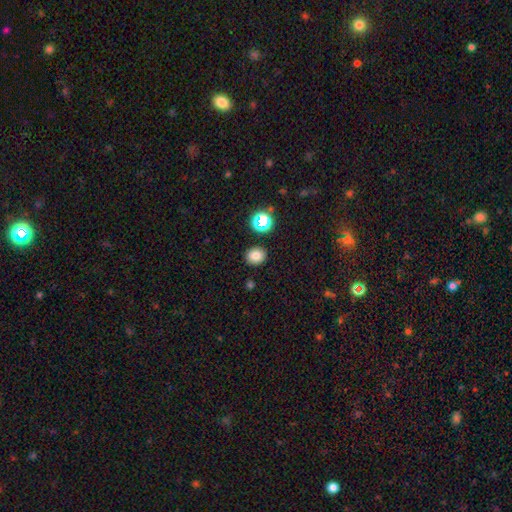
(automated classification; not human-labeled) smooth-or-featured: smooth: 80% | star or artifact: 14% | featured or disk: 5%
  how-rounded: round: 71% | in between: 28% | cigar-shaped: 1%
  merging: none: 87% | minor disturbance: 8% | merger: 3% | major disturbance: 2%